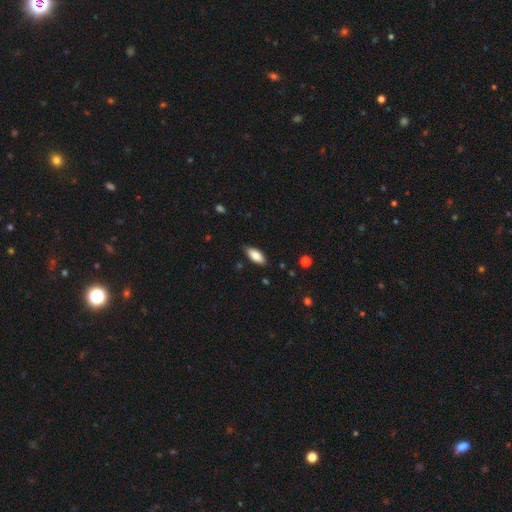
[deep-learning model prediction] Smooth or featured? smooth (83%)
How rounded? in between (85%)
Merging? none (86%)